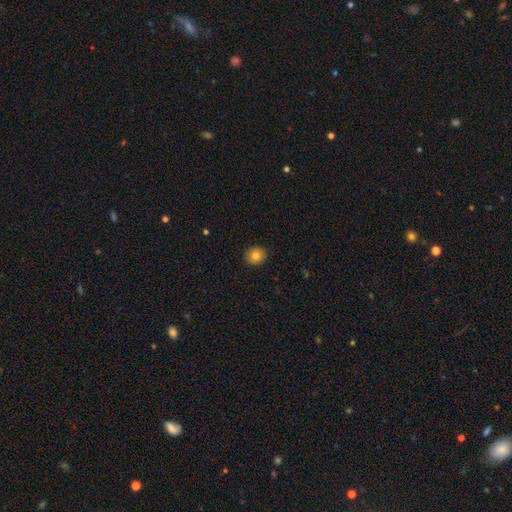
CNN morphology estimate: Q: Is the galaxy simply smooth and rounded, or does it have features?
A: smooth — 80%.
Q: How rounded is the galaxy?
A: round — 80%.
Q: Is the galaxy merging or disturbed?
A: none — 91%.